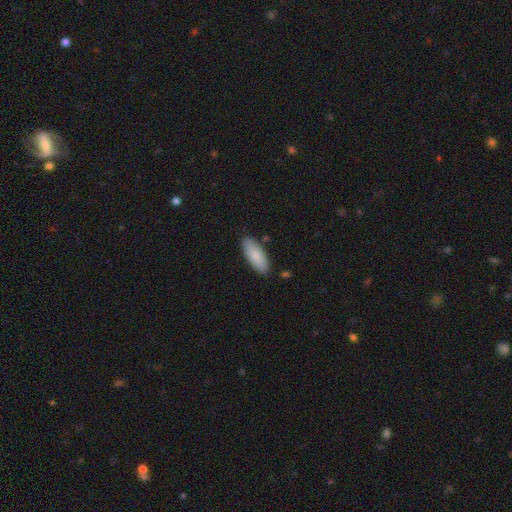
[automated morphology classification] Smooth or featured? smooth (86%)
How rounded? in between (80%)
Merging? none (84%)